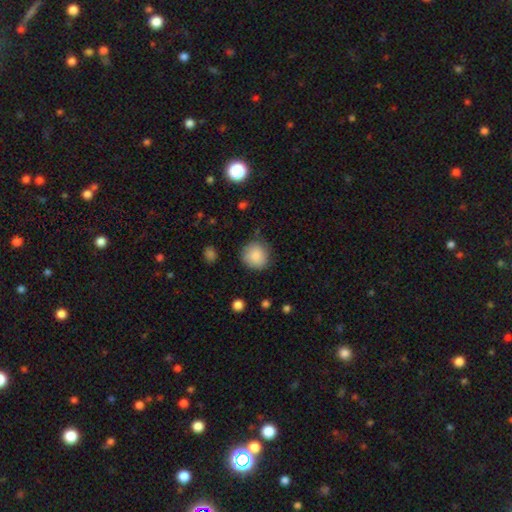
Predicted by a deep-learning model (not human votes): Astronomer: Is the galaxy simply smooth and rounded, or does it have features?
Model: smooth — 87%.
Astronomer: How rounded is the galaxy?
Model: round — 90%.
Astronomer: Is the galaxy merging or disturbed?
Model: none — 82%.